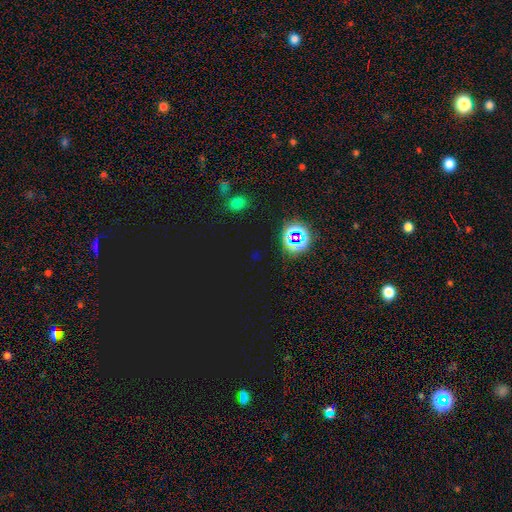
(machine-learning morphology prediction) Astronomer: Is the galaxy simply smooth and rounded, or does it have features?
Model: star or artifact — 79%.